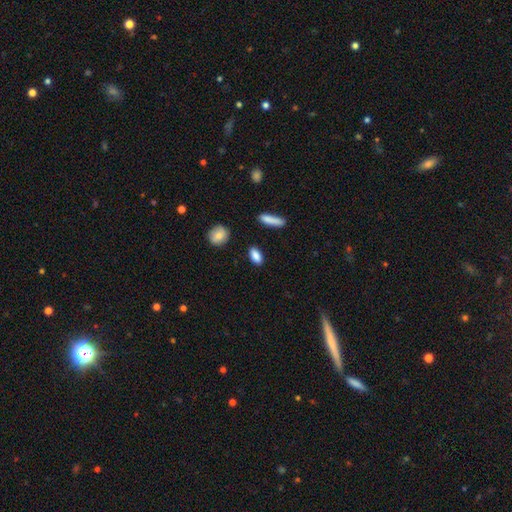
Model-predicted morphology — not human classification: The model was most divided on "how rounded": in between: 81%, cigar-shaped: 14%, round: 5%. More confident: smooth or featured — smooth (87%); merging — none (87%).